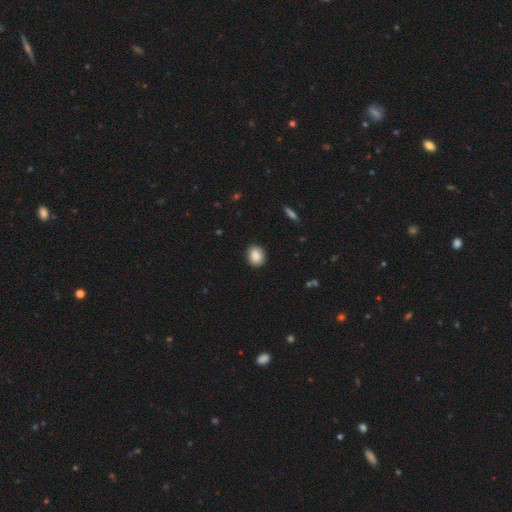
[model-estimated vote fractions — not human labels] Smooth or featured? smooth (89%)
How rounded? round (51%)
Merging? none (90%)